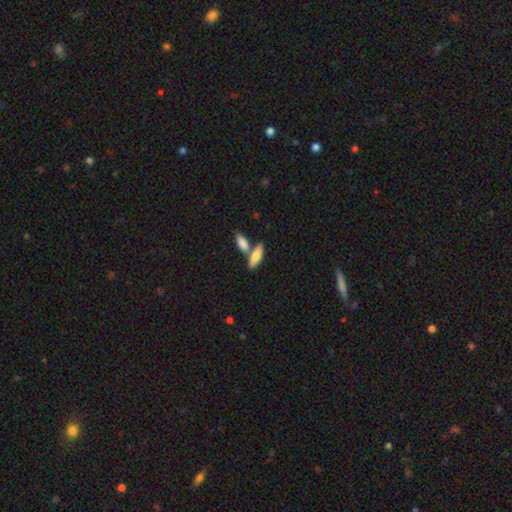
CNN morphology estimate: smooth-or-featured: smooth: 50% | featured or disk: 28% | star or artifact: 22%
  how-rounded: in between: 53% | cigar-shaped: 30% | round: 17%
  merging: none: 60% | merger: 25% | minor disturbance: 9% | major disturbance: 6%